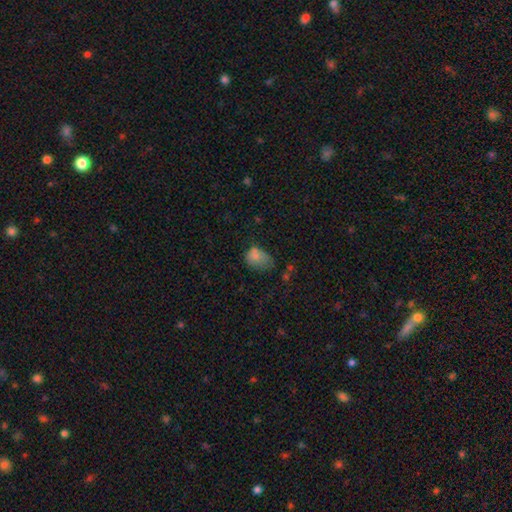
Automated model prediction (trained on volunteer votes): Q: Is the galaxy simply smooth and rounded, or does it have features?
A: smooth — 75%.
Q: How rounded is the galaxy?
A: in between — 76%.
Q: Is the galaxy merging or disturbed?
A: minor disturbance — 34%.